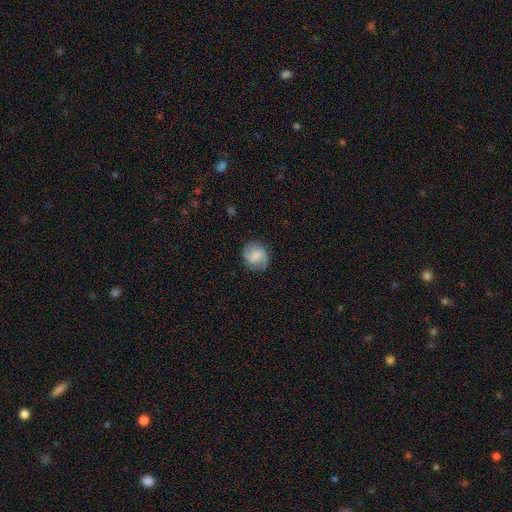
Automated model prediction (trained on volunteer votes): This appears to be a featured or disk galaxy (47%). Merging: none (79%).